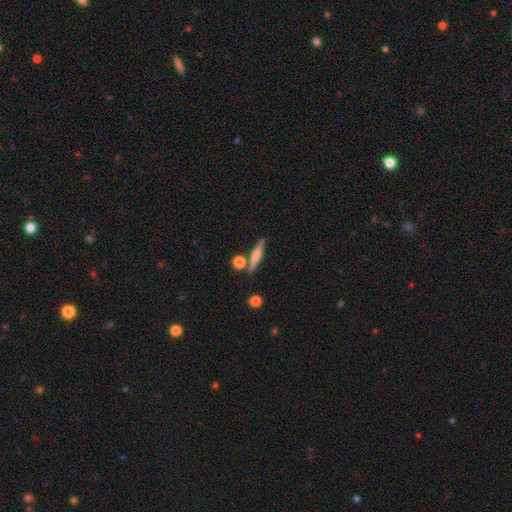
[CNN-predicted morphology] Smooth or featured? Predicted: smooth (p=0.48). Merging? Predicted: none (p=0.78).